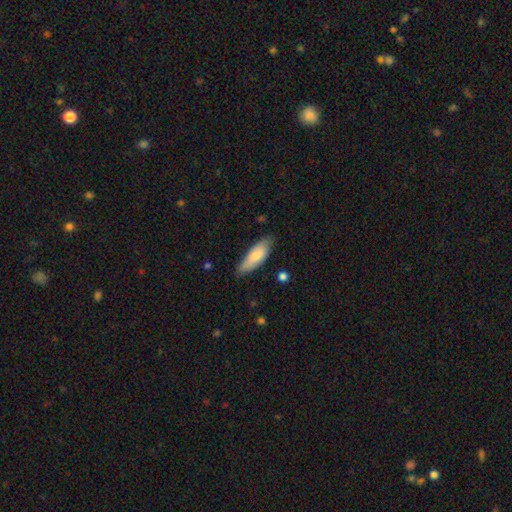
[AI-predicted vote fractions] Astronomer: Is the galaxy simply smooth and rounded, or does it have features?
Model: smooth — 77%.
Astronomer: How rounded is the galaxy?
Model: in between — 62%.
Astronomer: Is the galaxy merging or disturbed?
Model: none — 75%.